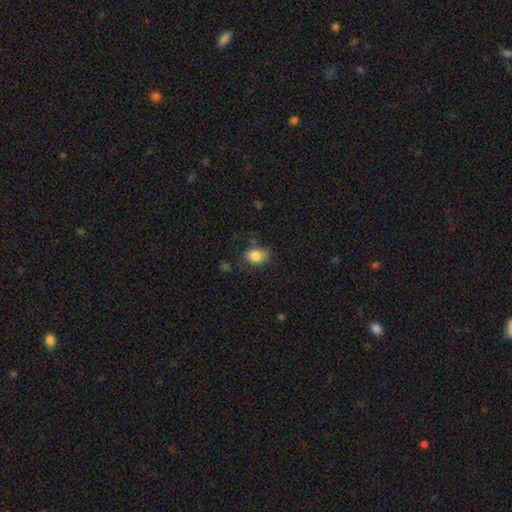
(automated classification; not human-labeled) Overall: smooth (84%). How rounded: in between (65%; round 34%). Merging: none (67%).